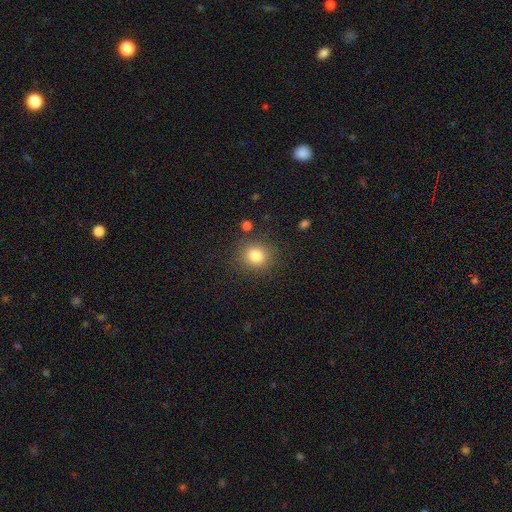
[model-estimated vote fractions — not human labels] Smooth or featured? smooth (81%)
How rounded? round (81%)
Merging? none (85%)